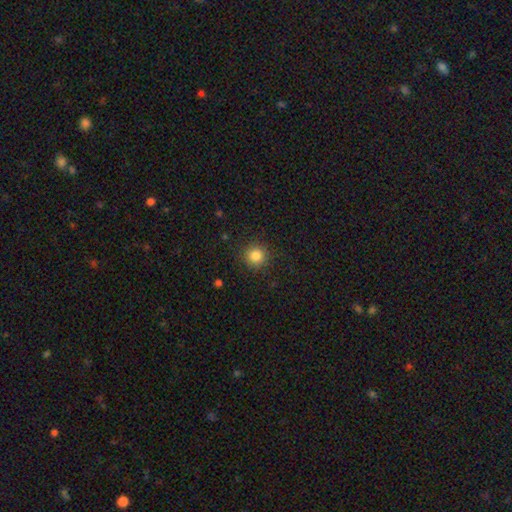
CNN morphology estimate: smooth 84%, star or artifact 11%, featured or disk 4%. Down the decision tree: how rounded — round (94%); merging — none (90%).